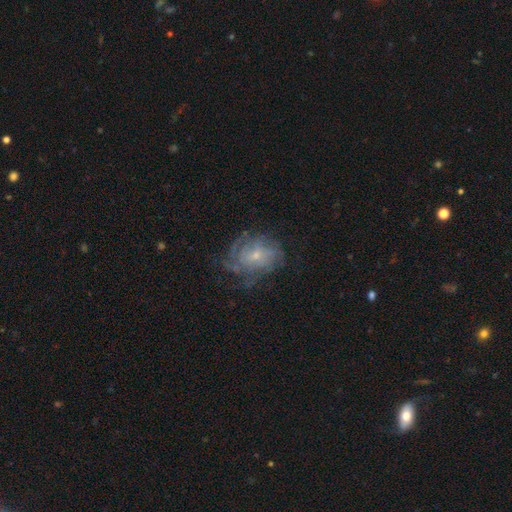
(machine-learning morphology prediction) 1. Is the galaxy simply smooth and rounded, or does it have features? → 71% featured or disk, 19% smooth, 10% star or artifact.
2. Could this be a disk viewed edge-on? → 97% no, 3% yes.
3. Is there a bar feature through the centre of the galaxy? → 71% no, 25% weak, 3% strong.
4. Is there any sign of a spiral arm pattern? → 81% yes, 19% no.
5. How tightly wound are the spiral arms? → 52% tight, 33% medium, 15% loose.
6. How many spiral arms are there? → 51% can't tell, 16% 4, 10% 3, 9% more than 4, 8% 2, 5% 1.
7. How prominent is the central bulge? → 69% small, 25% moderate, 4% none, 2% large, 1% dominant.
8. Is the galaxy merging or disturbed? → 59% none, 23% minor disturbance, 17% major disturbance, 1% merger.